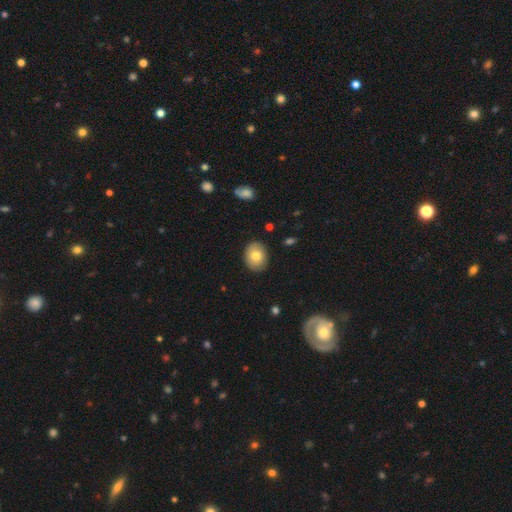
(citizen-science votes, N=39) This is likely a smooth galaxy (74%). How rounded: likely round (66%). Merging: clearly none (89%).